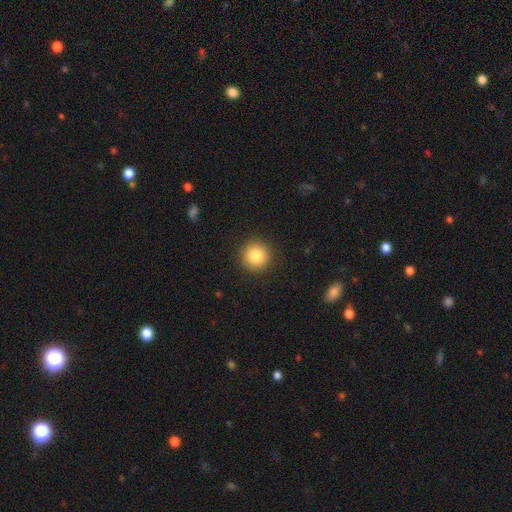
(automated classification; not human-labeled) Smooth or featured? smooth (84%)
How rounded? round (95%)
Merging? none (91%)